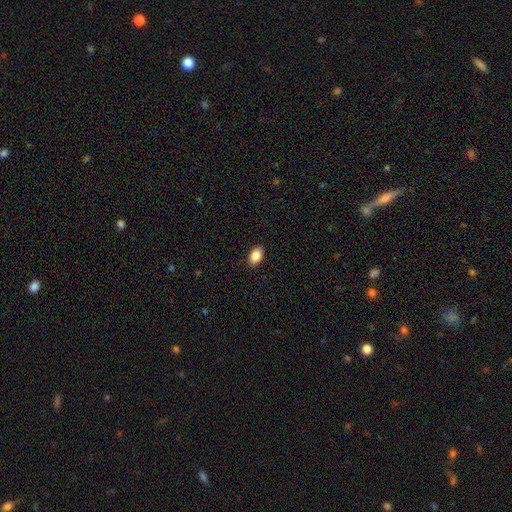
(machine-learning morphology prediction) Smooth or featured?
  - smooth: 88% *
  - star or artifact: 7%
  - featured or disk: 5%
How rounded?
  - in between: 90% *
  - round: 9%
  - cigar-shaped: 1%
Merging?
  - none: 90% *
  - minor disturbance: 7%
  - major disturbance: 2%
  - merger: 1%